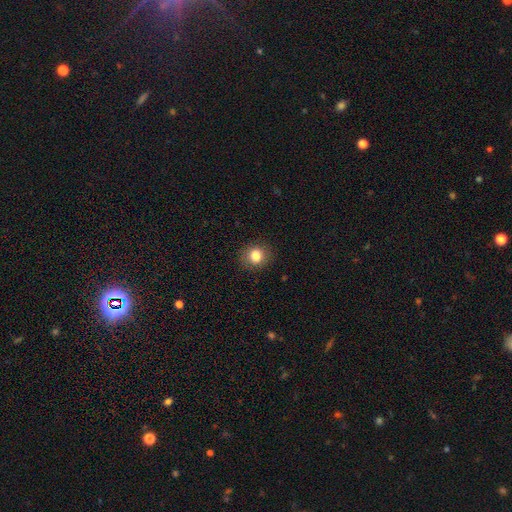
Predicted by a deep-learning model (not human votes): This appears to be a smooth galaxy with no disk features (82%) that is round (77%). Merging: none (88%).